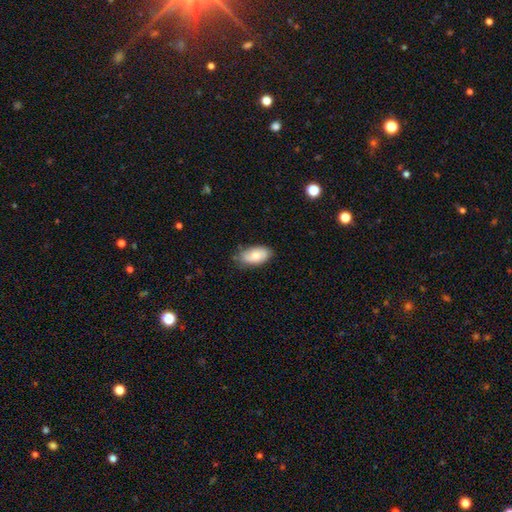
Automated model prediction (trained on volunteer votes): Smooth or featured: smooth — 76% (featured or disk — 17%)
How rounded: in between — 94% (round — 4%)
Merging: none — 70% (minor disturbance — 24%)